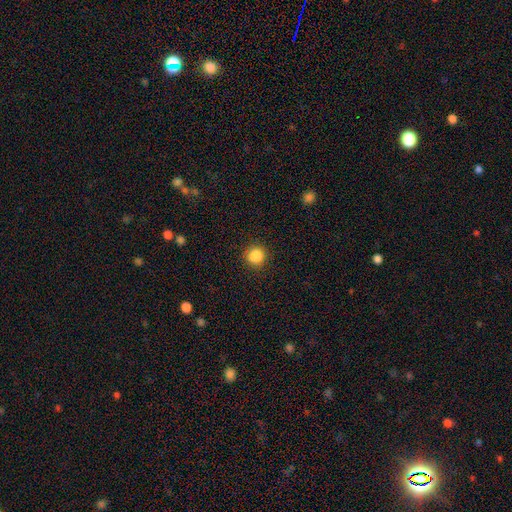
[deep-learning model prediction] Smooth or featured?
  - smooth: 87% *
  - star or artifact: 10%
  - featured or disk: 3%
How rounded?
  - round: 91% *
  - in between: 8%
  - cigar-shaped: 1%
Merging?
  - none: 89% *
  - minor disturbance: 7%
  - major disturbance: 2%
  - merger: 1%